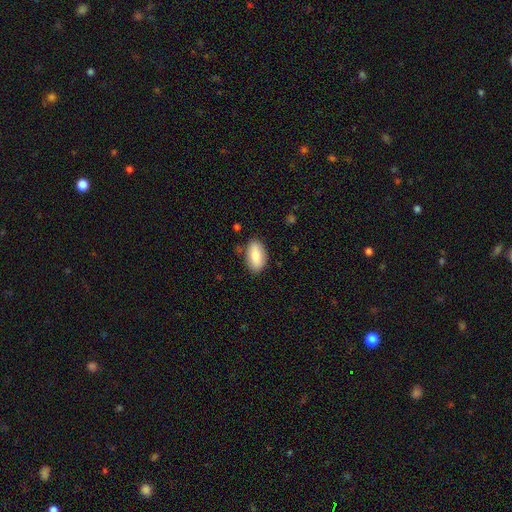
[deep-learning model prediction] This appears to be a smooth galaxy with no disk features (81%) that is in between round and cigar-shaped (92%). Merging: none (84%).